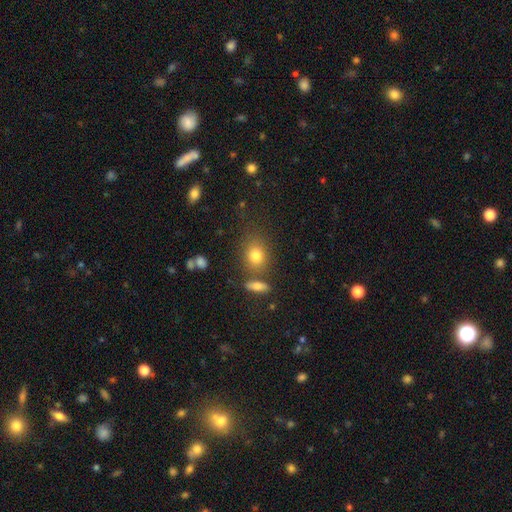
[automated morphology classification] smooth_or_featured: smooth (p=0.78) [alt: star or artifact p=0.12]
how_rounded: round (p=0.53) [alt: in between p=0.45]
merging: none (p=0.68) [alt: merger p=0.13]